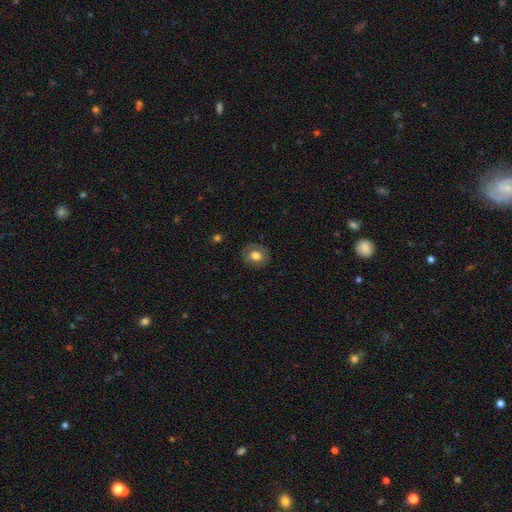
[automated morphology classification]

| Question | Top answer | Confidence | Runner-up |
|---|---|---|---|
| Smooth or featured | smooth | 68% | featured or disk (24%) |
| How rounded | round | 63% | in between (36%) |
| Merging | none | 81% | minor disturbance (13%) |